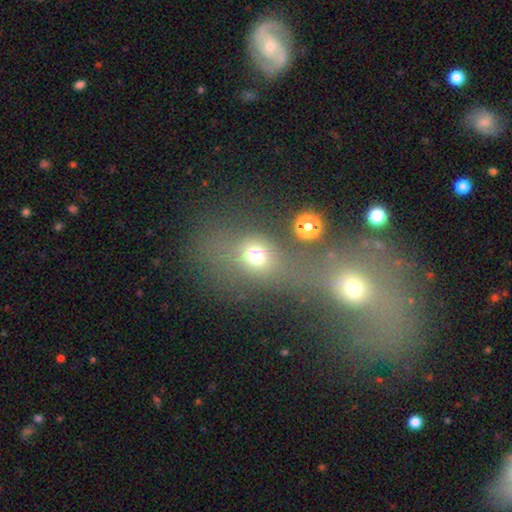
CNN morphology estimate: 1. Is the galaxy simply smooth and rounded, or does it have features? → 67% smooth, 20% star or artifact, 14% featured or disk.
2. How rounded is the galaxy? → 56% round, 41% in between, 3% cigar-shaped.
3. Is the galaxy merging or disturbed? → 43% none, 31% merger, 14% major disturbance, 13% minor disturbance.